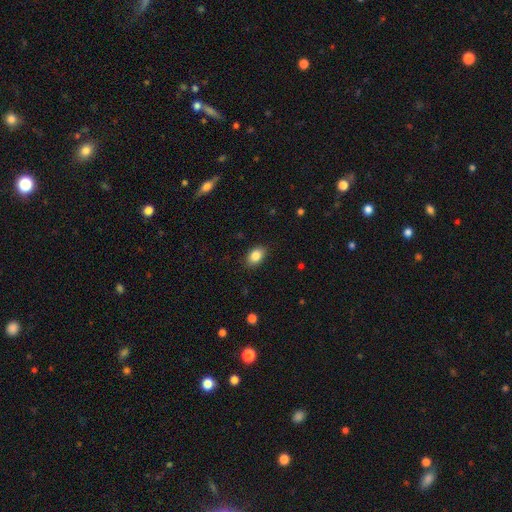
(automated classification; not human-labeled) This appears to be a smooth galaxy with no disk features (86%) that is in between round and cigar-shaped (85%). Merging: none (87%).